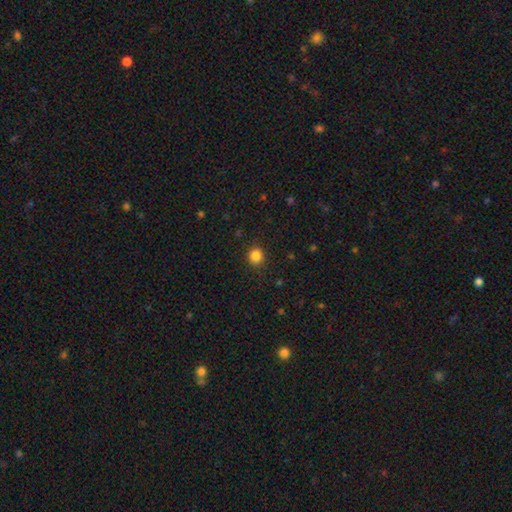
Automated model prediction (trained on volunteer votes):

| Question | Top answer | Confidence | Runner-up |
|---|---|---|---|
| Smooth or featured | smooth | 85% | star or artifact (11%) |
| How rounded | round | 88% | in between (11%) |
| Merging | none | 90% | minor disturbance (7%) |